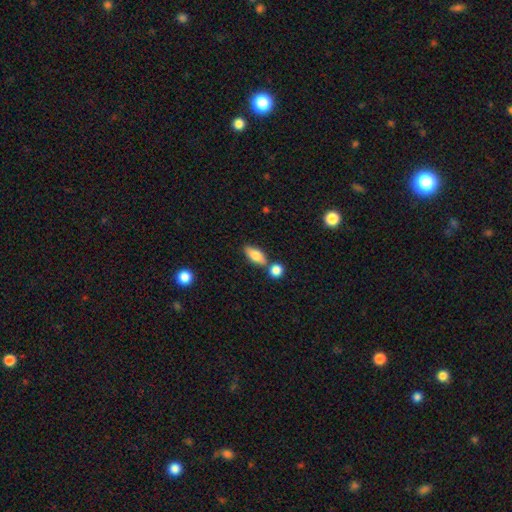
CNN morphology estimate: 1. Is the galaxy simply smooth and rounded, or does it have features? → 76% smooth, 16% featured or disk, 7% star or artifact.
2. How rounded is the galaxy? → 79% in between, 16% cigar-shaped, 5% round.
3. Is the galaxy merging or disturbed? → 62% none, 22% merger, 13% minor disturbance, 3% major disturbance.